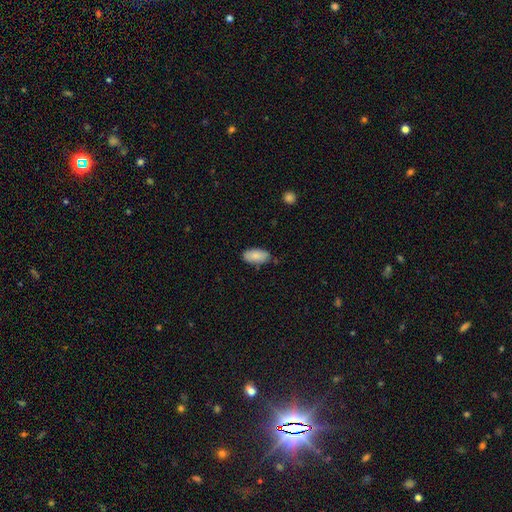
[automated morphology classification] This is clearly a smooth galaxy (86%). How rounded: clearly in between (93%). Merging: likely none (78%).